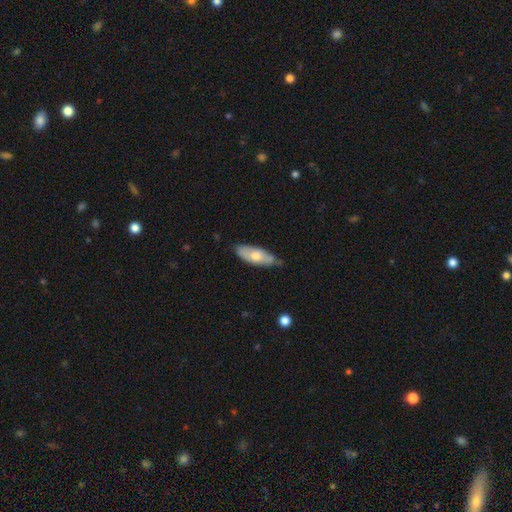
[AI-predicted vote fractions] smooth 62%, featured or disk 32%, star or artifact 6%. Down the decision tree: how rounded — in between (72%); merging — none (64%).